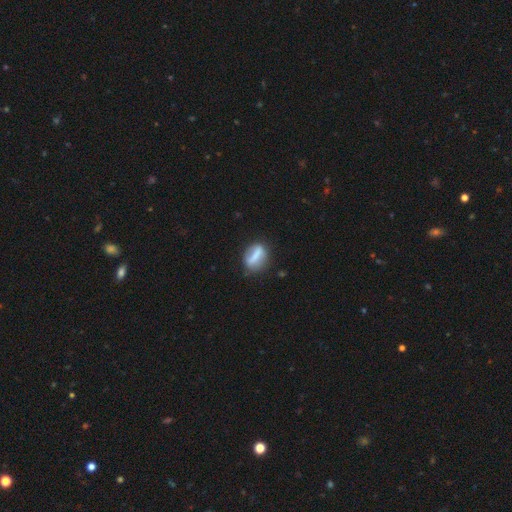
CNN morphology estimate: smooth-or-featured: smooth: 53% | featured or disk: 38% | star or artifact: 9%
  how-rounded: in between: 54% | cigar-shaped: 25% | round: 22%
  merging: none: 74% | minor disturbance: 17% | major disturbance: 7% | merger: 3%